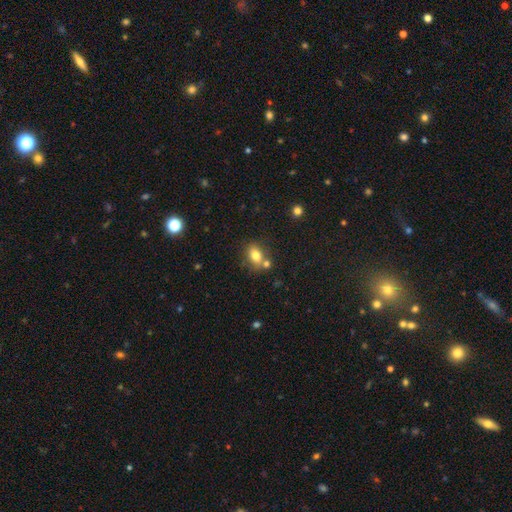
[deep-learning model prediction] Smooth or featured? smooth (79%)
How rounded? in between (73%)
Merging? none (59%)